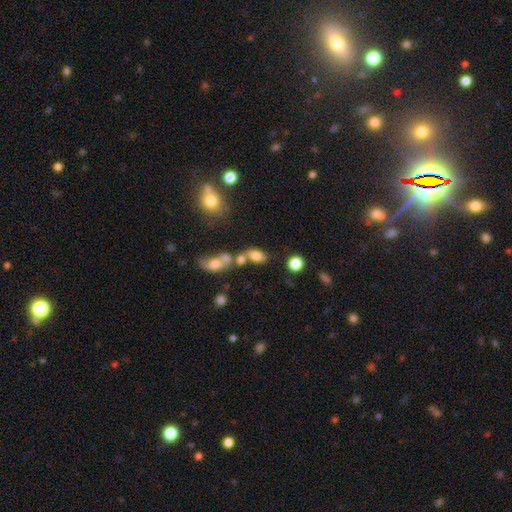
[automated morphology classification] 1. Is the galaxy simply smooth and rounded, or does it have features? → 74% smooth, 14% featured or disk, 12% star or artifact.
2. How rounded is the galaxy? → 84% in between, 12% round, 4% cigar-shaped.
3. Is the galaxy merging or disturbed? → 40% none, 37% merger, 15% minor disturbance, 8% major disturbance.